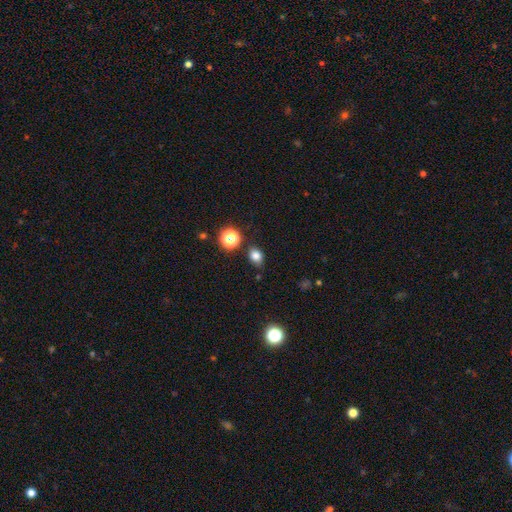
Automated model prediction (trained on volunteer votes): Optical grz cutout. It shows a smooth galaxy with no disk features (79%) that is in between round and cigar-shaped (53%). Merging: none (78%).